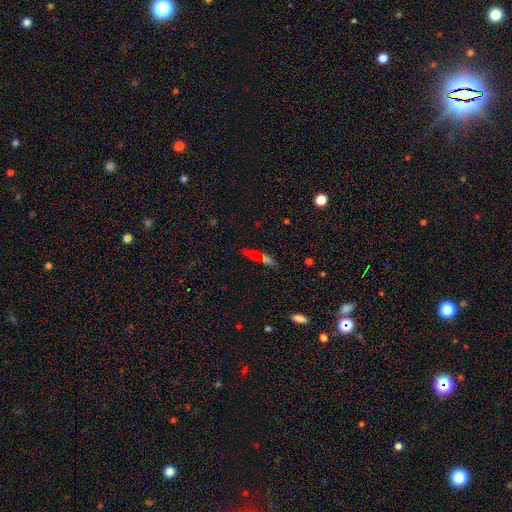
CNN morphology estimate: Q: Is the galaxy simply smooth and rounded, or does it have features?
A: smooth — 56%.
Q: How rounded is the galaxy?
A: cigar-shaped — 62%.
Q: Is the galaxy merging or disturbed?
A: none — 54%.